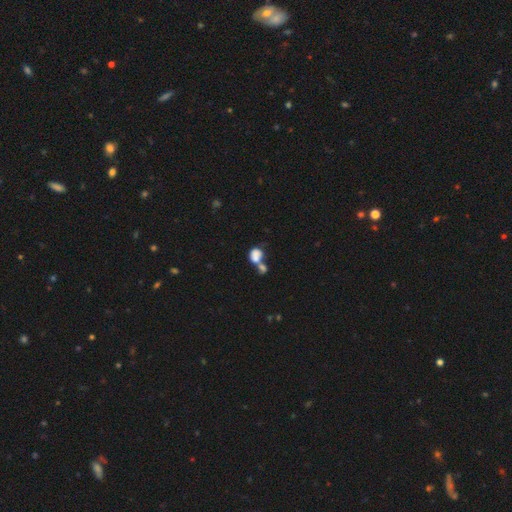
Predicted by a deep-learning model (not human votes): This is likely a smooth galaxy (78%). How rounded: possibly in between (56%). Merging: likely merger (64%).